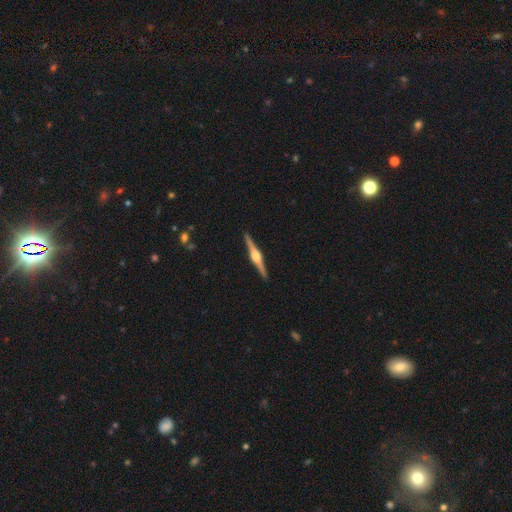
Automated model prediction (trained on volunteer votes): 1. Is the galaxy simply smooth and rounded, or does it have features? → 86% featured or disk, 9% smooth, 5% star or artifact.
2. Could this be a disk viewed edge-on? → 99% yes, 1% no.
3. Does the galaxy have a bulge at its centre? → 89% rounded, 9% boxy, 2% none.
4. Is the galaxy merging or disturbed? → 93% none, 5% minor disturbance, 1% major disturbance, 1% merger.